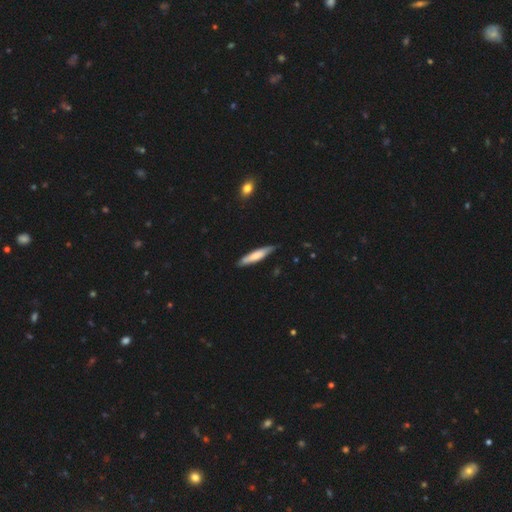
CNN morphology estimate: smooth 64%, featured or disk 30%, star or artifact 5%. Down the decision tree: how rounded — cigar-shaped (85%); merging — none (80%).